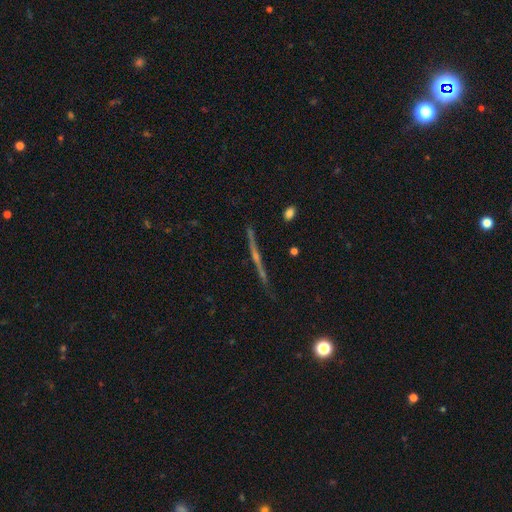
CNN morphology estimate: This is likely a featured or disk galaxy (75%). It is clearly viewed edge-on (97%). Edge-on bulge: likely rounded (63%). Merging: clearly none (87%).